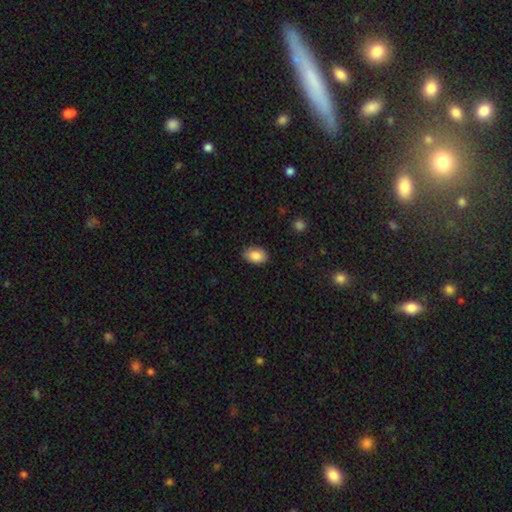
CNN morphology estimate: smooth_or_featured: smooth (p=0.87) [alt: star or artifact p=0.07]
how_rounded: in between (p=0.88) [alt: round p=0.11]
merging: none (p=0.86) [alt: minor disturbance p=0.11]